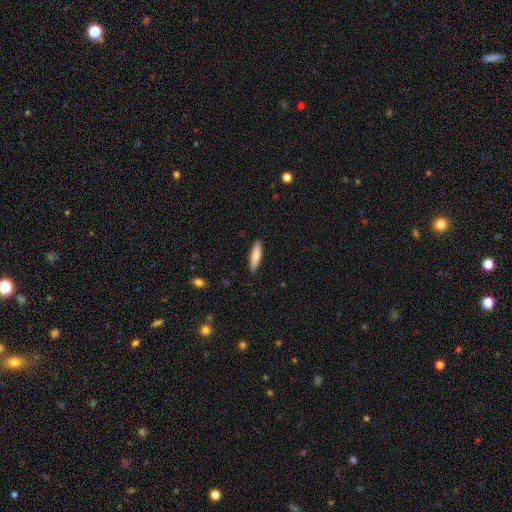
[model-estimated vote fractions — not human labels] Q: Smooth or featured?
A: smooth (79%); runner-up: featured or disk (15%)
Q: How rounded?
A: cigar-shaped (75%); runner-up: in between (23%)
Q: Merging?
A: none (90%); runner-up: minor disturbance (8%)